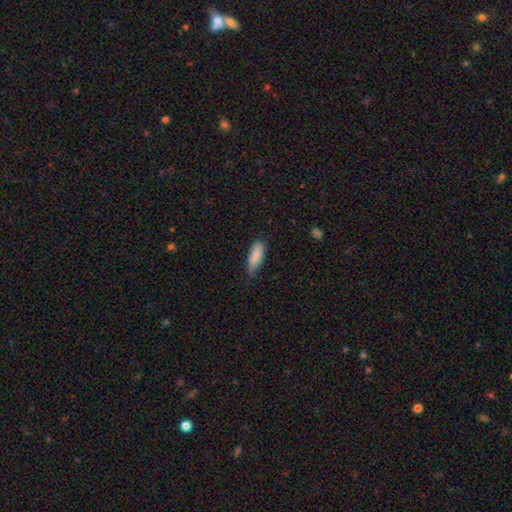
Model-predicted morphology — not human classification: smooth-or-featured: smooth: 85% | featured or disk: 9% | star or artifact: 6%
  how-rounded: in between: 61% | cigar-shaped: 37% | round: 2%
  merging: none: 65% | minor disturbance: 30% | major disturbance: 4% | merger: 1%